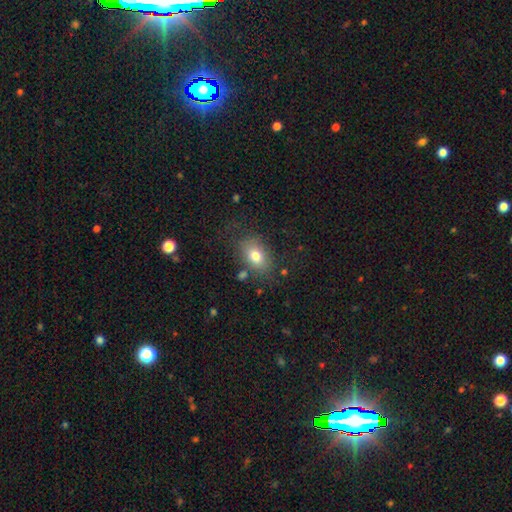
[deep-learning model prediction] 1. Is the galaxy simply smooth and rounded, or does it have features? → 77% smooth, 13% featured or disk, 10% star or artifact.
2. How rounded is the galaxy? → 78% in between, 20% round, 1% cigar-shaped.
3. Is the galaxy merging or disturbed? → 72% none, 16% minor disturbance, 7% major disturbance, 4% merger.